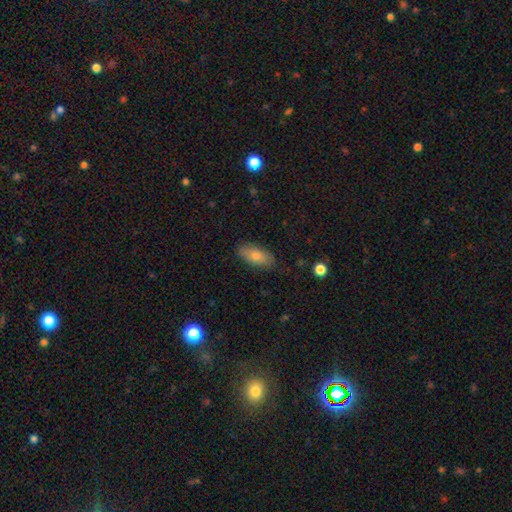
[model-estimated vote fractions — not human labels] Smooth or featured: smooth — 74% (featured or disk — 18%)
How rounded: in between — 86% (cigar-shaped — 11%)
Merging: none — 85% (minor disturbance — 12%)